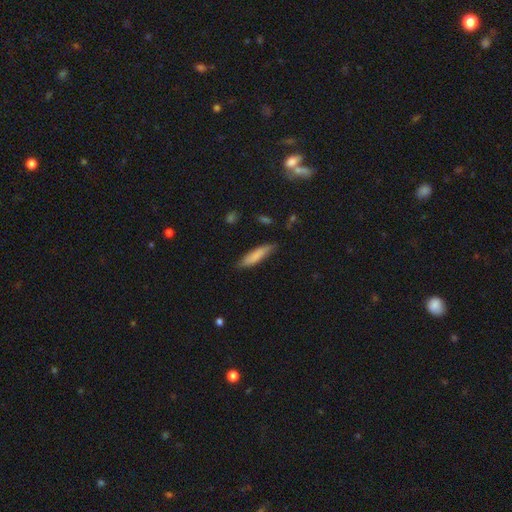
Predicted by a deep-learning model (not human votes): smooth-or-featured: smooth: 80% | featured or disk: 14% | star or artifact: 6%
  how-rounded: cigar-shaped: 73% | in between: 26% | round: 1%
  merging: none: 76% | minor disturbance: 19% | major disturbance: 3% | merger: 2%